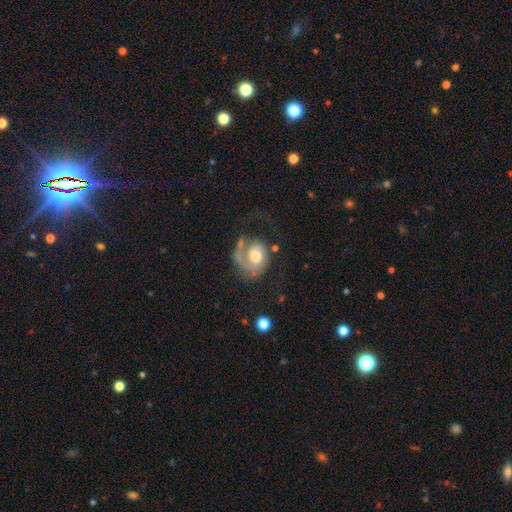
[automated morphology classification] type=featured or disk (78%); edge-on=no (98%); bar=no (74%); spiral arms=yes (92%); winding=tight (37%); arm count=1 (83%); bulge=moderate (55%); merging=none (45%).